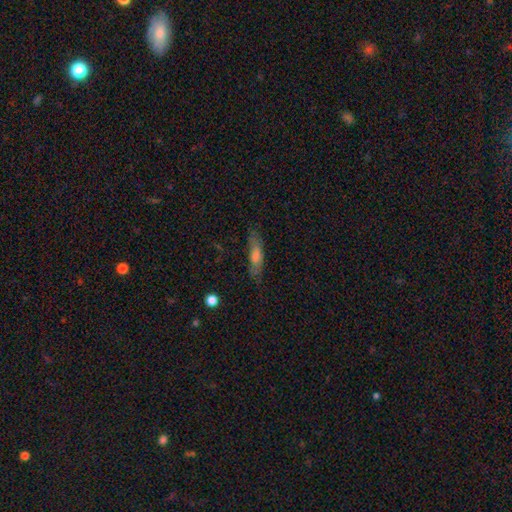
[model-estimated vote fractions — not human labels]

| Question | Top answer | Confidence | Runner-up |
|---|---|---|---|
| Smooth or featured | smooth | 57% | featured or disk (34%) |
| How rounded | cigar-shaped | 71% | in between (27%) |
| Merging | none | 76% | minor disturbance (17%) |